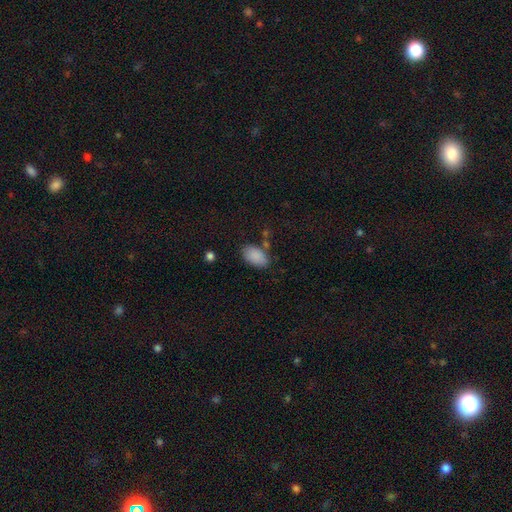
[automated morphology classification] Smooth or featured?
  - smooth: 89% *
  - star or artifact: 7%
  - featured or disk: 4%
How rounded?
  - in between: 94% *
  - round: 4%
  - cigar-shaped: 2%
Merging?
  - none: 77% *
  - minor disturbance: 15%
  - merger: 5%
  - major disturbance: 4%